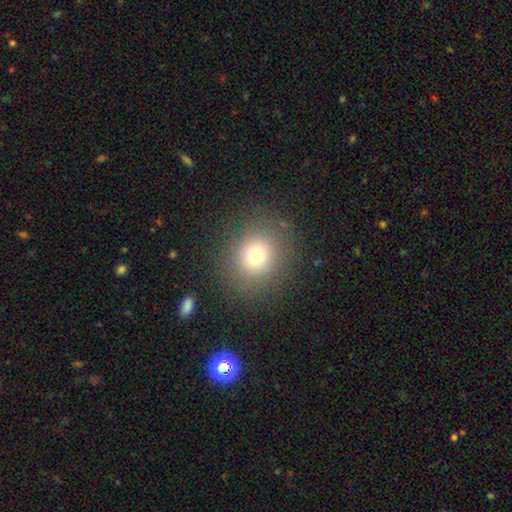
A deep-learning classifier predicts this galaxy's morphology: Q: Smooth or featured?
A: smooth (73%); runner-up: star or artifact (16%)
Q: How rounded?
A: round (78%); runner-up: in between (21%)
Q: Merging?
A: none (84%); runner-up: minor disturbance (9%)